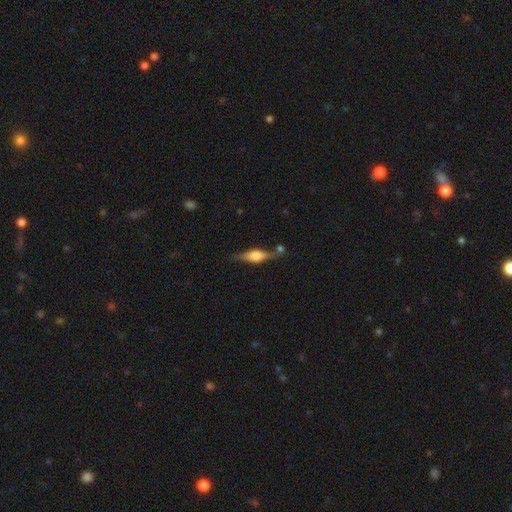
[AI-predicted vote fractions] A featured or disk galaxy (67%) viewed edge-on (95%) with a rounded central bulge (86%). Merging: none (73%).